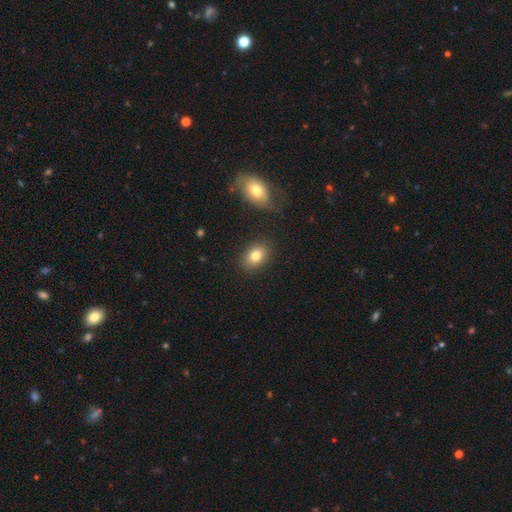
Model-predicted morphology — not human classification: A smooth galaxy with no disk features (81%) that is in between round and cigar-shaped (76%). Merging: none (85%).